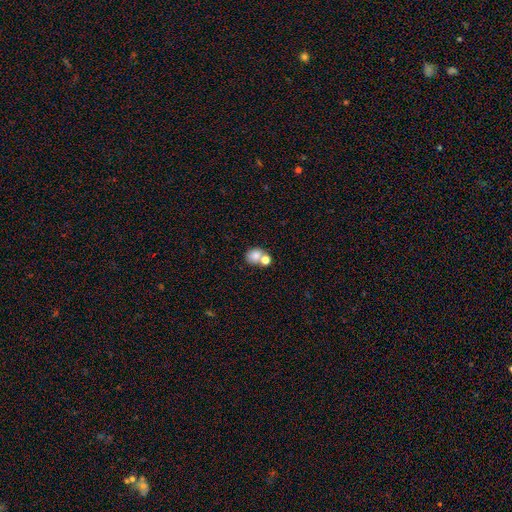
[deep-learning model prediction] A smooth galaxy with no disk features (78%) that is round (63%). Merging: none (44%).